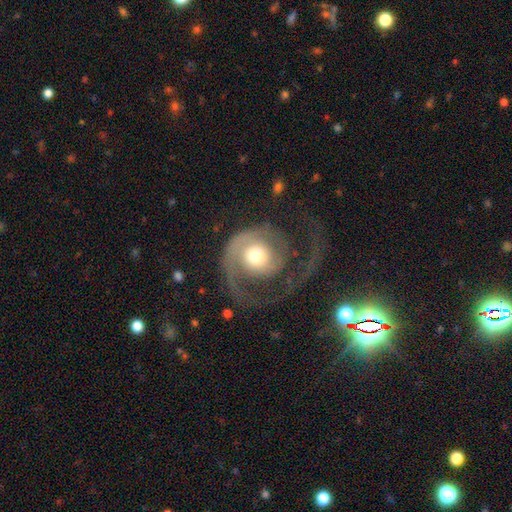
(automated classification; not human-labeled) Smooth or featured?
  - featured or disk: 79% *
  - smooth: 16%
  - star or artifact: 5%
Edge-on disk?
  - no: 98% *
  - yes: 2%
Bar?
  - no: 76% *
  - weak: 19%
  - strong: 5%
Spiral arms?
  - yes: 91% *
  - no: 9%
Spiral winding?
  - medium: 37% *
  - tight: 32%
  - loose: 31%
Spiral arm count?
  - 1: 63% *
  - 2: 27%
  - can't tell: 5%
  - 3: 3%
  - 4: 2%
  - more than 4: 2%
Bulge size?
  - moderate: 61% *
  - large: 19%
  - small: 16%
  - dominant: 3%
  - none: 1%
Merging?
  - major disturbance: 43% *
  - none: 42%
  - minor disturbance: 12%
  - merger: 2%